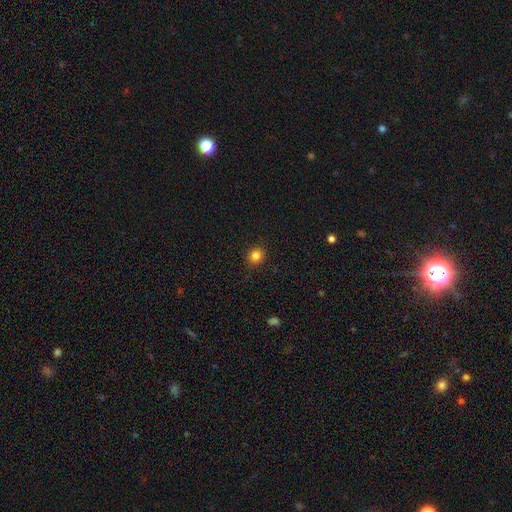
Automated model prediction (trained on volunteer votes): smooth-or-featured: smooth: 83% | star or artifact: 12% | featured or disk: 5%
  how-rounded: round: 84% | in between: 15% | cigar-shaped: 1%
  merging: none: 90% | minor disturbance: 7% | major disturbance: 2% | merger: 1%